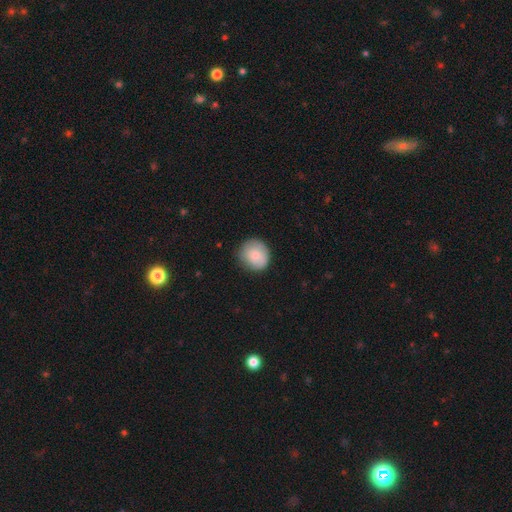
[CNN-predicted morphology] smooth_or_featured: smooth (p=0.82) [alt: featured or disk p=0.11]
how_rounded: round (p=0.87) [alt: in between p=0.12]
merging: none (p=0.79) [alt: minor disturbance p=0.16]